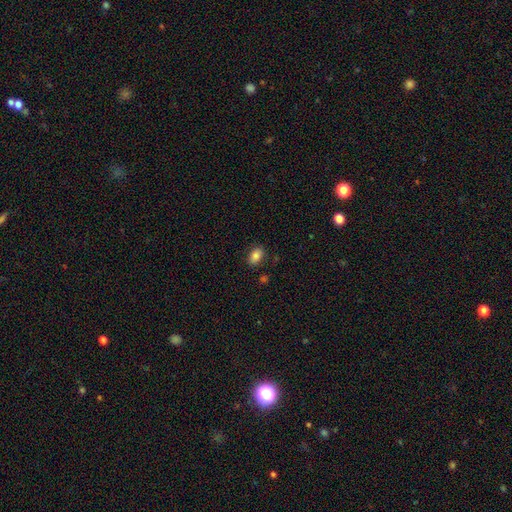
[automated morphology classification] smooth-or-featured: smooth: 84% | star or artifact: 9% | featured or disk: 7%
  how-rounded: in between: 86% | round: 13% | cigar-shaped: 1%
  merging: none: 86% | minor disturbance: 10% | major disturbance: 2% | merger: 2%